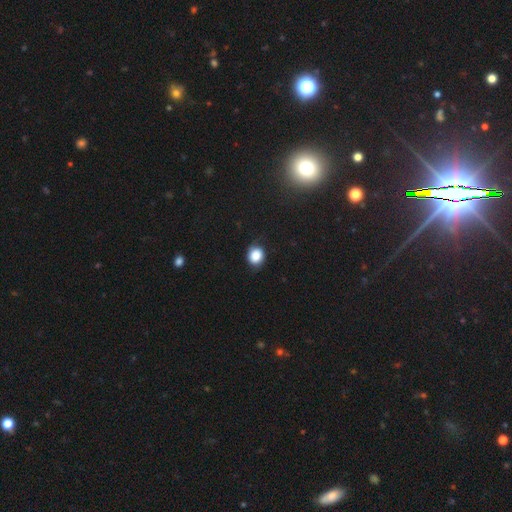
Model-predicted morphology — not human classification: A smooth galaxy with no disk features (85%) that is round (70%).

Vote fractions:
- Smooth or featured? smooth: 85% / star or artifact: 9% / featured or disk: 6%
- How rounded? round: 70% / in between: 29% / cigar-shaped: 1%
- Merging? none: 74% / minor disturbance: 19% / major disturbance: 5% / merger: 1%